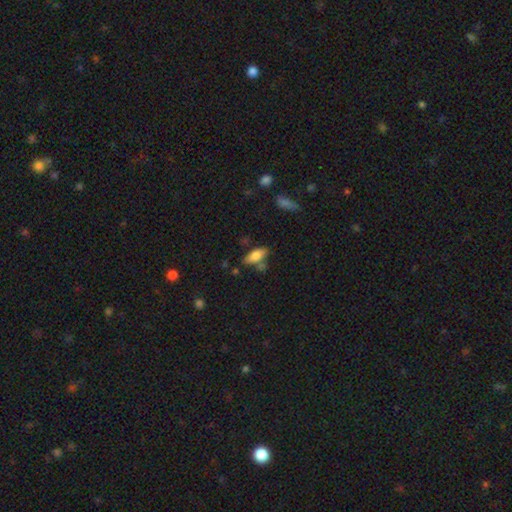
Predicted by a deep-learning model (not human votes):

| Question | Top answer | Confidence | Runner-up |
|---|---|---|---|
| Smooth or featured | smooth | 77% | featured or disk (15%) |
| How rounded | in between | 77% | cigar-shaped (20%) |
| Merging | none | 63% | minor disturbance (19%) |